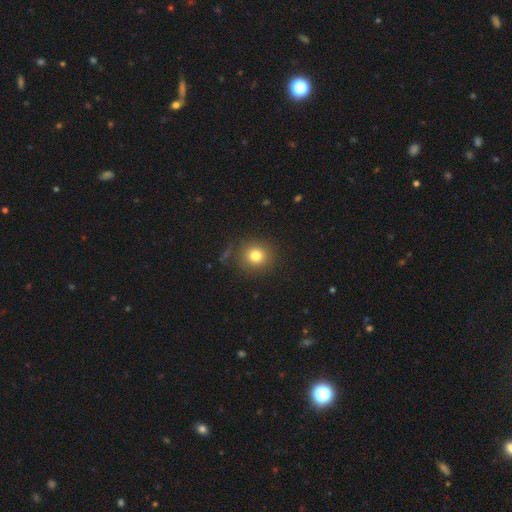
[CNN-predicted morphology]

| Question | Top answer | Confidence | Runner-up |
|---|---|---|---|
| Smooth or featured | smooth | 79% | star or artifact (13%) |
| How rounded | round | 89% | in between (10%) |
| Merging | none | 87% | minor disturbance (8%) |